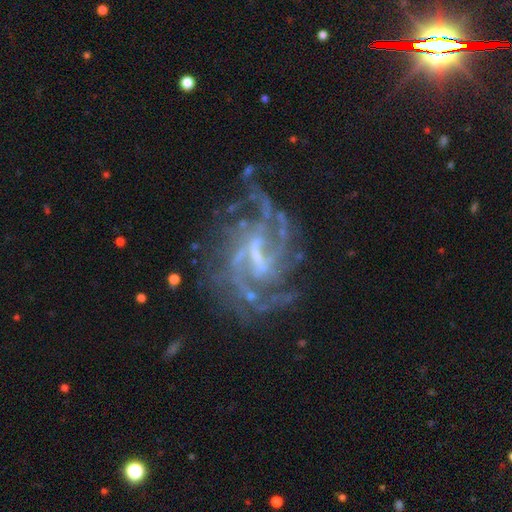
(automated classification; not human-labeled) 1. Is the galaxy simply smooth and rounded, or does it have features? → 89% featured or disk, 7% star or artifact, 3% smooth.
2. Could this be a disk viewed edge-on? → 98% no, 2% yes.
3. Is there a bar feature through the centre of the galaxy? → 46% weak, 41% strong, 14% no.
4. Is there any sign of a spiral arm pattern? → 96% yes, 4% no.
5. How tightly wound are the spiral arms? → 51% medium, 32% tight, 16% loose.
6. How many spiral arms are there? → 28% 2, 22% 3, 21% can't tell, 14% 4, 8% more than 4, 7% 1.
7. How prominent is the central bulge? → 42% small, 31% none, 23% moderate, 3% large, 1% dominant.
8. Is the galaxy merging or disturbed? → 62% none, 18% major disturbance, 17% minor disturbance, 3% merger.